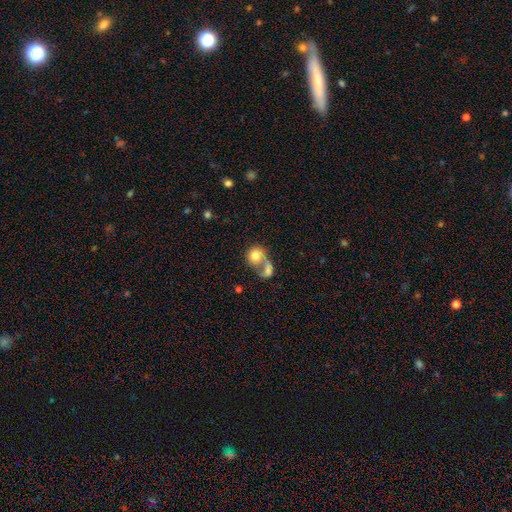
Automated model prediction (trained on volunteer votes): A smooth galaxy with no disk features (74%) that is round (75%).

Vote fractions:
- Smooth or featured? smooth: 74% / featured or disk: 18% / star or artifact: 8%
- How rounded? round: 75% / in between: 24% / cigar-shaped: 1%
- Merging? merger: 54% / none: 24% / major disturbance: 13% / minor disturbance: 9%